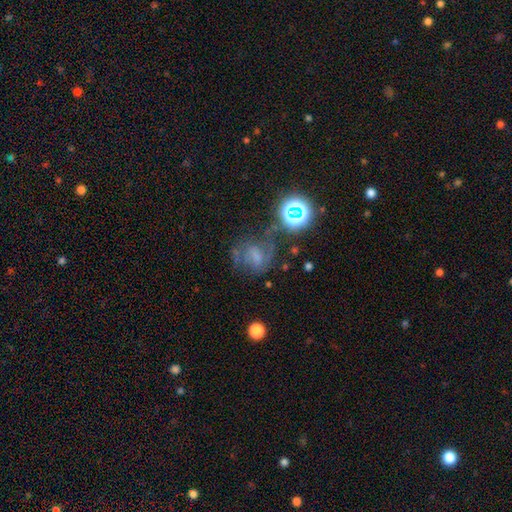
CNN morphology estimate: Smooth or featured: featured or disk — 41% (smooth — 36%)
Merging: none — 47% (major disturbance — 25%)